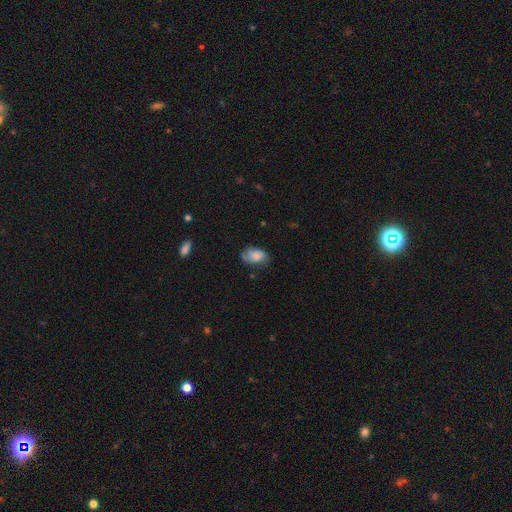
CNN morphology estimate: Smooth or featured? Predicted: smooth (p=0.67). How rounded? Predicted: in between (p=0.88). Merging? Predicted: none (p=0.57).